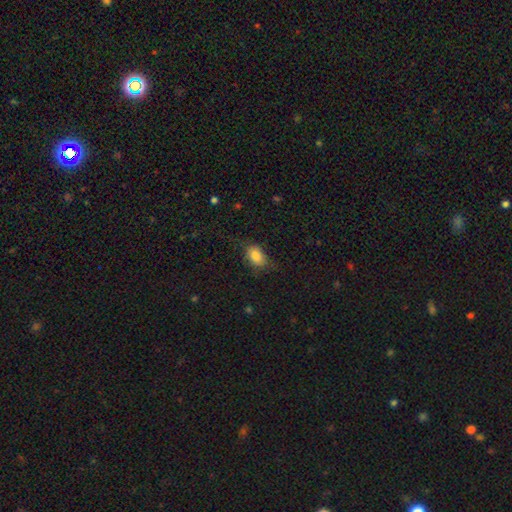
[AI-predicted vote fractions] smooth 83%, star or artifact 9%, featured or disk 8%. Down the decision tree: how rounded — in between (85%); merging — none (64%).